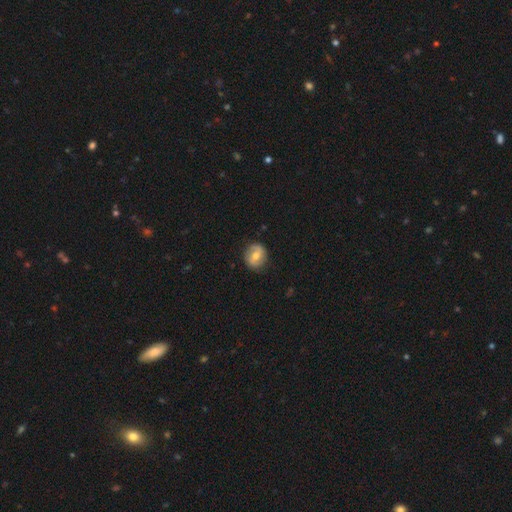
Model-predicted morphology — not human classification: A smooth galaxy with no disk features (51%) that is round (78%). Merging: none (84%).